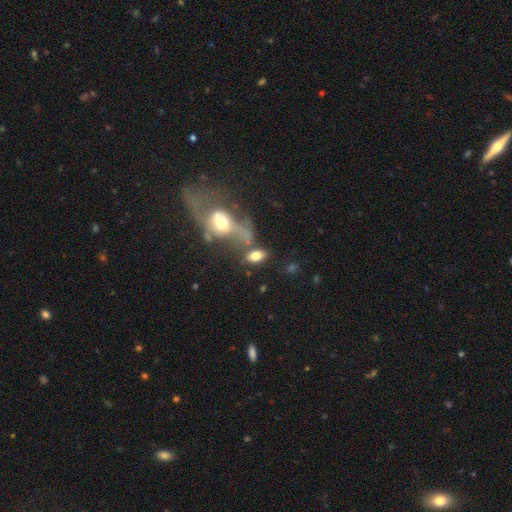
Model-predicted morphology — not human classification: Smooth or featured? Predicted: smooth (p=0.75). How rounded? Predicted: in between (p=0.88). Merging? Predicted: none (p=0.41).